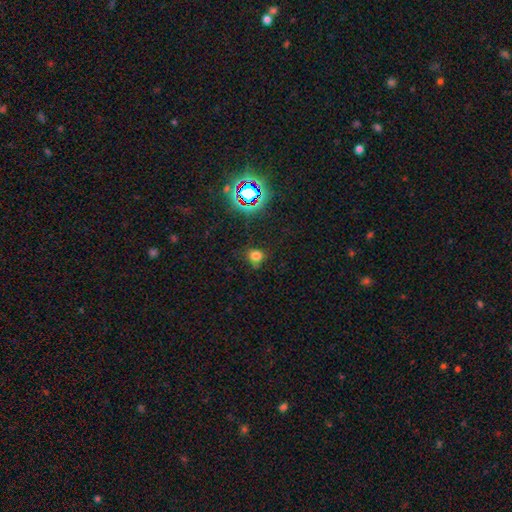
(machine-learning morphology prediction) The model was most divided on "smooth or featured": smooth: 70%, star or artifact: 23%, featured or disk: 7%. More confident: how rounded — round (77%); merging — none (69%).